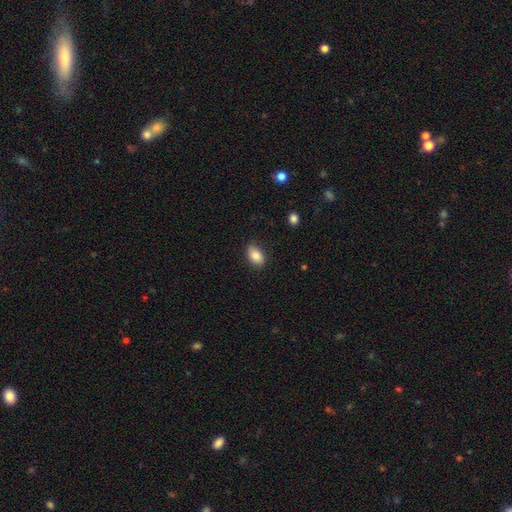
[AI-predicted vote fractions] Smooth or featured: smooth — 84% (featured or disk — 9%)
How rounded: in between — 89% (round — 9%)
Merging: none — 86% (minor disturbance — 11%)